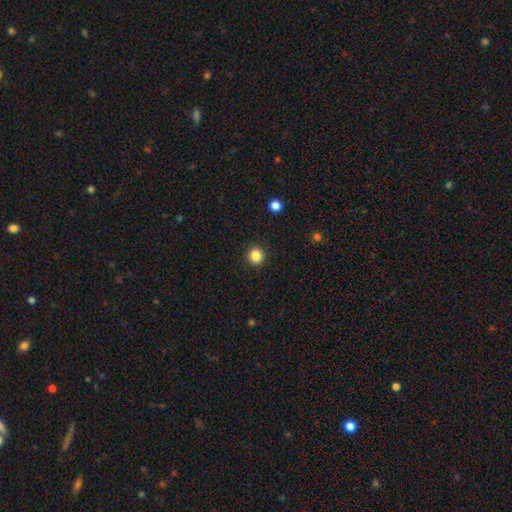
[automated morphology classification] Q: Smooth or featured?
A: smooth (86%); runner-up: star or artifact (11%)
Q: How rounded?
A: round (90%); runner-up: in between (9%)
Q: Merging?
A: none (92%); runner-up: minor disturbance (5%)